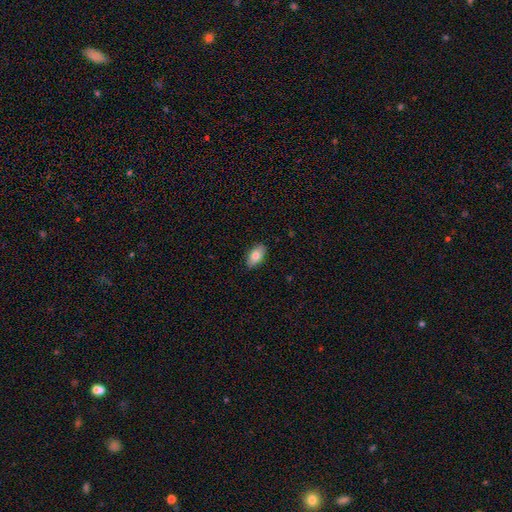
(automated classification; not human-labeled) Smooth or featured: smooth — 78% (featured or disk — 15%)
How rounded: in between — 91% (cigar-shaped — 5%)
Merging: none — 88% (minor disturbance — 10%)